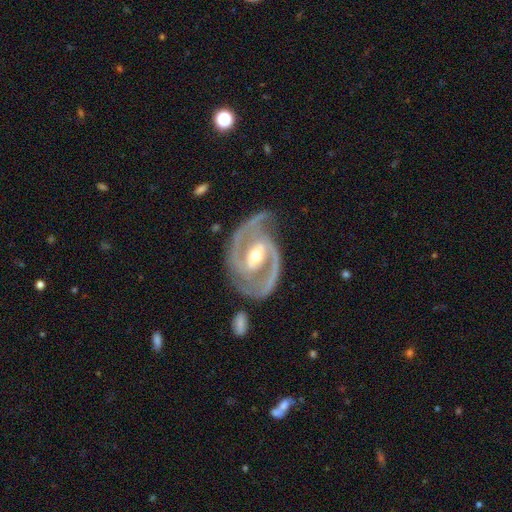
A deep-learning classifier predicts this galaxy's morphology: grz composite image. It shows a featured or disk galaxy (93%) with a strong bar (44%), 2 (90%) medium (57%) spiral arms (98%) and a moderate central bulge (69%). Merging: none (67%).